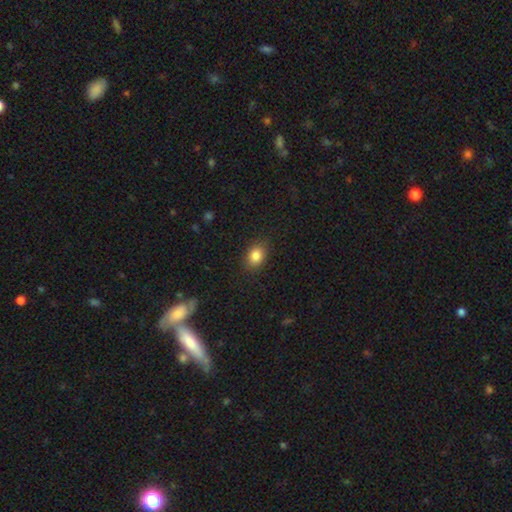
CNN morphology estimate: A smooth galaxy with no disk features (84%) that is in between round and cigar-shaped (66%).

Vote fractions:
- Smooth or featured? smooth: 84% / star or artifact: 10% / featured or disk: 6%
- How rounded? in between: 66% / round: 33% / cigar-shaped: 1%
- Merging? none: 85% / minor disturbance: 11% / major disturbance: 3% / merger: 1%